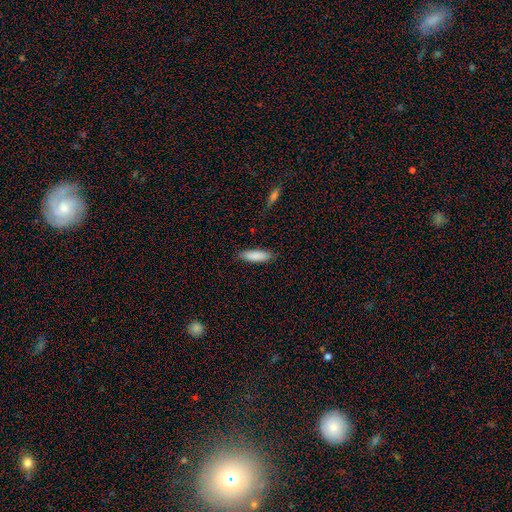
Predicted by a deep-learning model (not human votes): smooth-or-featured: smooth: 87% | featured or disk: 7% | star or artifact: 6%
  how-rounded: cigar-shaped: 50% | in between: 49% | round: 1%
  merging: none: 85% | minor disturbance: 12% | major disturbance: 2% | merger: 1%